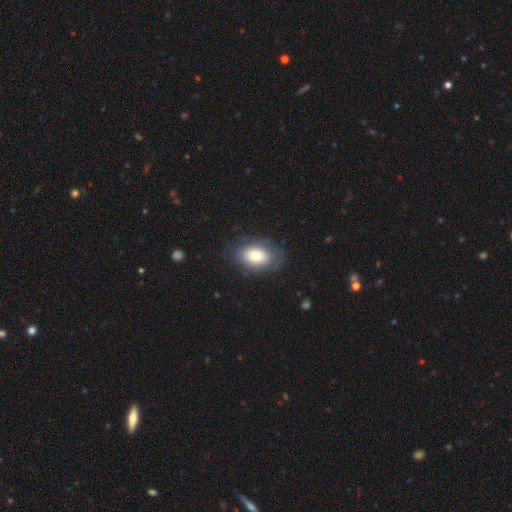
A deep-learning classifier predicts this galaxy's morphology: A smooth galaxy with no disk features (75%) that is in between round and cigar-shaped (87%).

Vote fractions:
- Smooth or featured? smooth: 75% / featured or disk: 17% / star or artifact: 7%
- How rounded? in between: 87% / round: 11% / cigar-shaped: 1%
- Merging? none: 77% / minor disturbance: 16% / major disturbance: 6% / merger: 1%